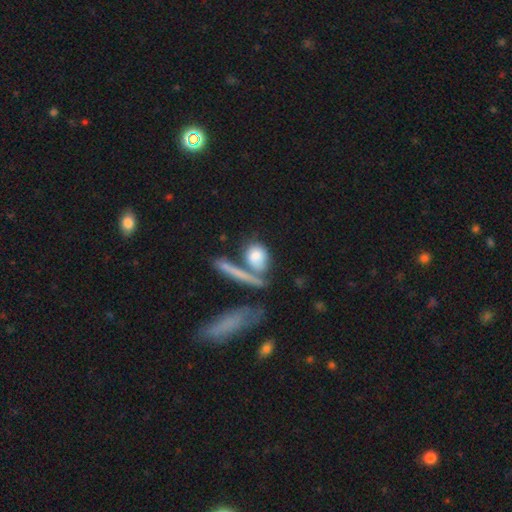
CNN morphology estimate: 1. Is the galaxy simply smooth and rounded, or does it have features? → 73% smooth, 19% featured or disk, 7% star or artifact.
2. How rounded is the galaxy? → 42% in between, 38% round, 21% cigar-shaped.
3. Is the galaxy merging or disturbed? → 44% none, 31% merger, 15% minor disturbance, 9% major disturbance.